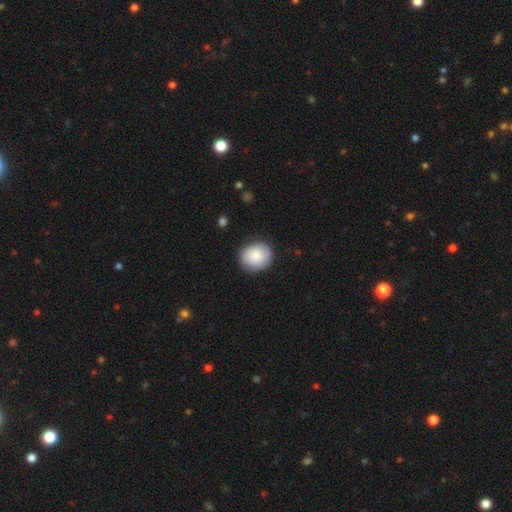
A smooth galaxy with no disk features (87%) that is round (70%).

Vote fractions:
- Smooth or featured? smooth: 87% / featured or disk: 11% / star or artifact: 3%
- How rounded? round: 70% / in between: 30% / cigar-shaped: 0%
- Merging? none: 86% / minor disturbance: 8% / major disturbance: 5% / merger: 0%